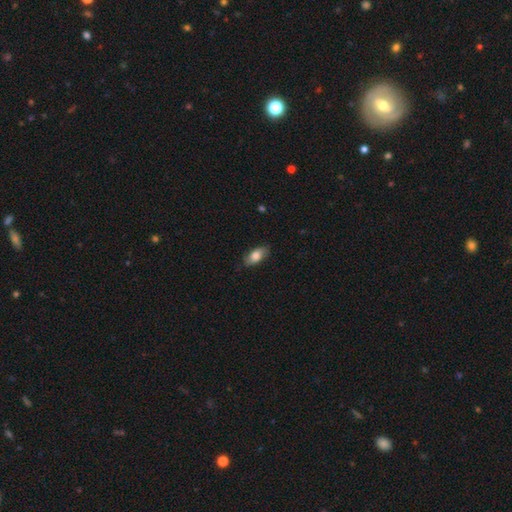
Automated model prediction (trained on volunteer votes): Q: Smooth or featured?
A: smooth (76%); runner-up: featured or disk (17%)
Q: How rounded?
A: in between (89%); runner-up: cigar-shaped (7%)
Q: Merging?
A: none (82%); runner-up: minor disturbance (15%)